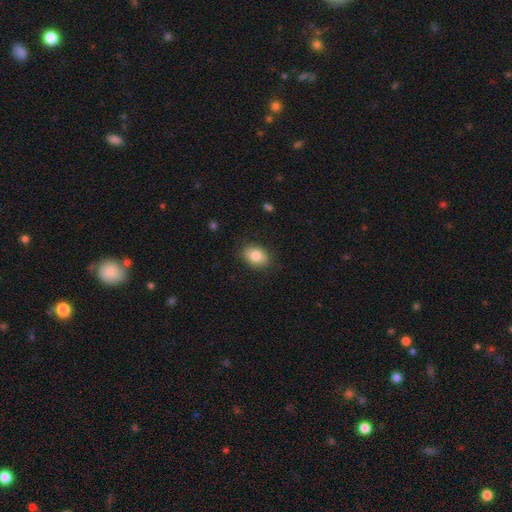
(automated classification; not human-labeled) smooth 83%, featured or disk 9%, star or artifact 8%. Down the decision tree: how rounded — in between (77%); merging — none (85%).